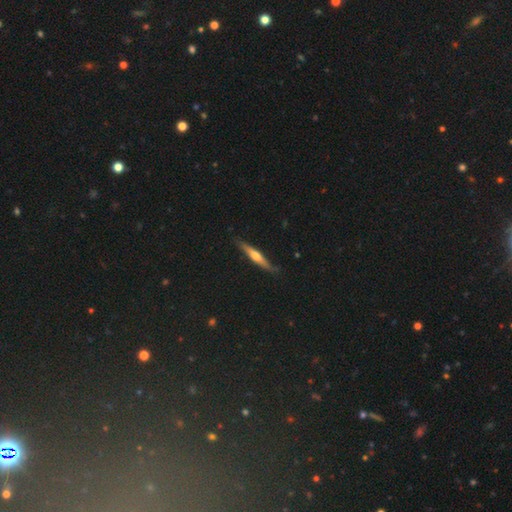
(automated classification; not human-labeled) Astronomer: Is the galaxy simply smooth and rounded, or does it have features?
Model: featured or disk — 62%.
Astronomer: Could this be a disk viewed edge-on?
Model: yes — 95%.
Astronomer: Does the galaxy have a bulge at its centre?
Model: rounded — 86%.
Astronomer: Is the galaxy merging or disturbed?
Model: none — 82%.